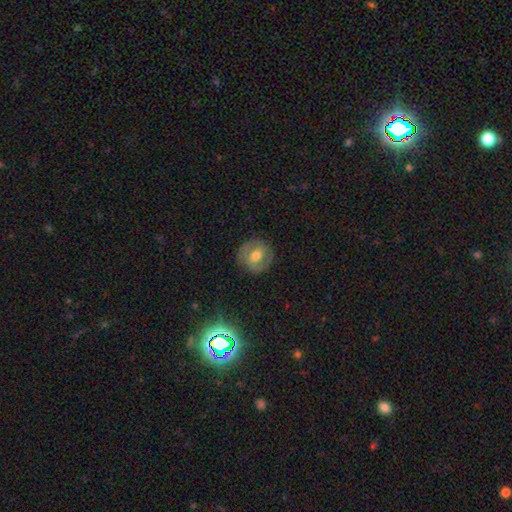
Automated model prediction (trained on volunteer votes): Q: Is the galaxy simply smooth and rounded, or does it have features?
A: smooth — 48%.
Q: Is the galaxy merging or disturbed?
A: none — 82%.